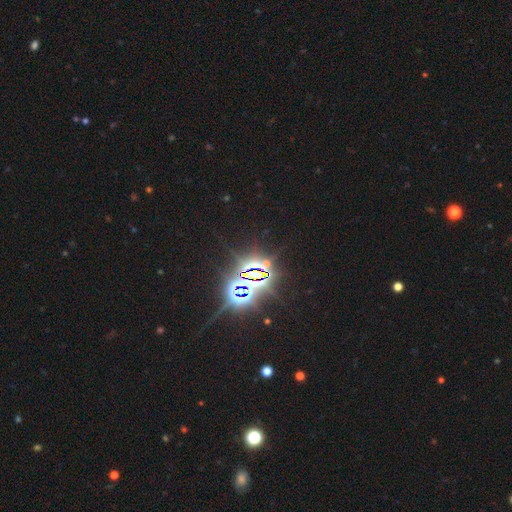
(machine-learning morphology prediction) Smooth or featured? star or artifact (85%)